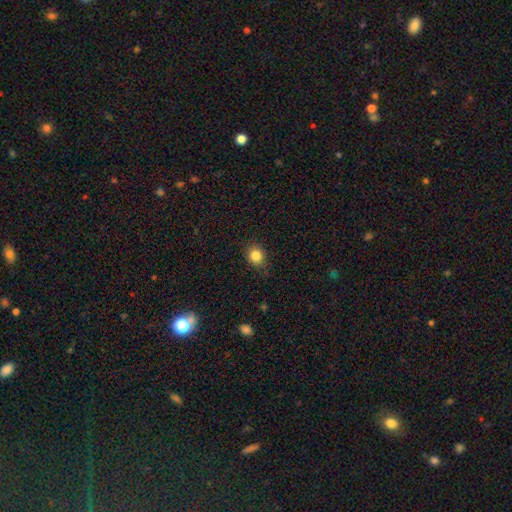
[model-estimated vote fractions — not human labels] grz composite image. It shows a smooth galaxy with no disk features (84%) that is round (72%). Merging: none (84%).